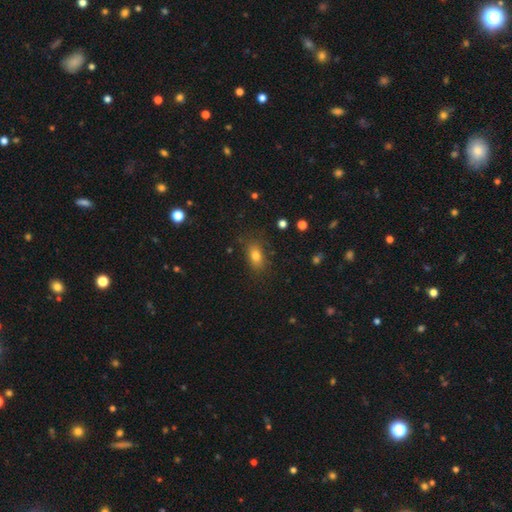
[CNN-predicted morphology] Overall: smooth (79%). How rounded: in between (81%). Merging: none (79%).